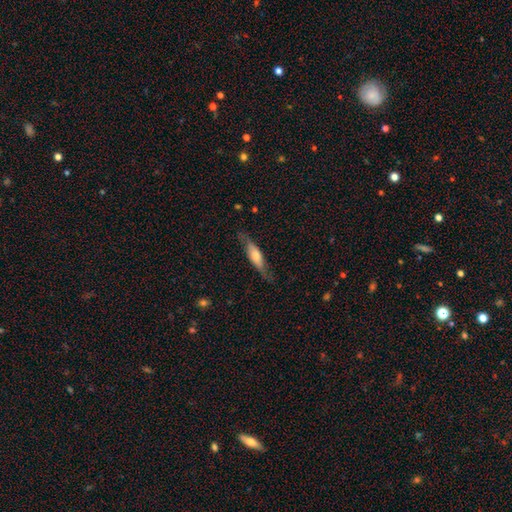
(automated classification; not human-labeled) Smooth or featured?
  - smooth: 50% *
  - featured or disk: 45%
  - star or artifact: 6%
Merging?
  - none: 74% *
  - minor disturbance: 20%
  - major disturbance: 6%
  - merger: 1%